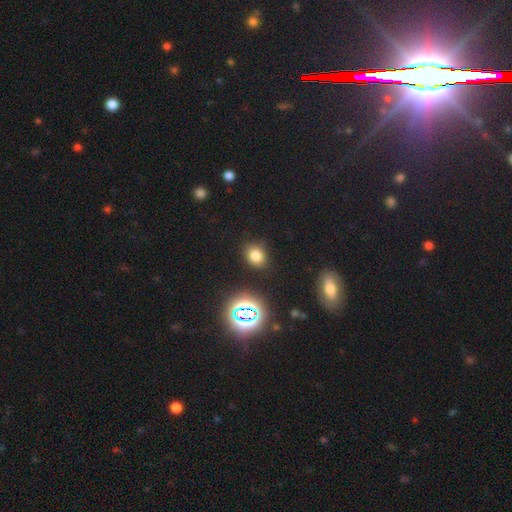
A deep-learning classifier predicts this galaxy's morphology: Smooth or featured? Predicted: smooth (p=0.74). How rounded? Predicted: round (p=0.58). Merging? Predicted: none (p=0.83).